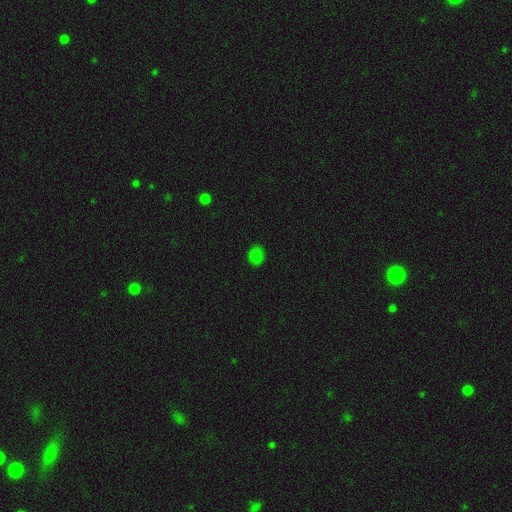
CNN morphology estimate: A smooth galaxy with no disk features (79%) that is round (63%).

Vote fractions:
- Smooth or featured? smooth: 79% / star or artifact: 18% / featured or disk: 3%
- How rounded? round: 63% / in between: 35% / cigar-shaped: 1%
- Merging? none: 86% / minor disturbance: 10% / major disturbance: 2% / merger: 1%